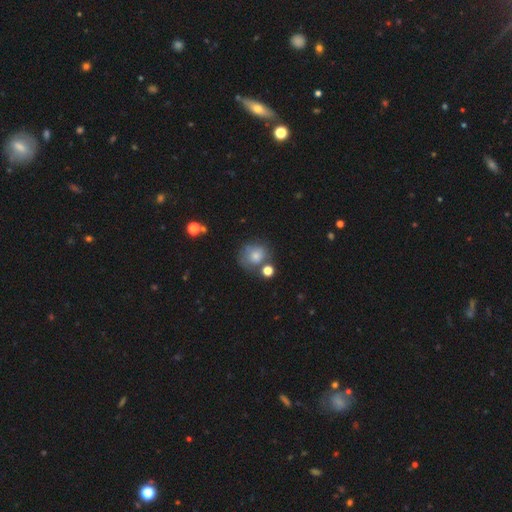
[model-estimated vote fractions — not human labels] Smooth or featured? smooth (74%)
How rounded? round (79%)
Merging? none (57%)